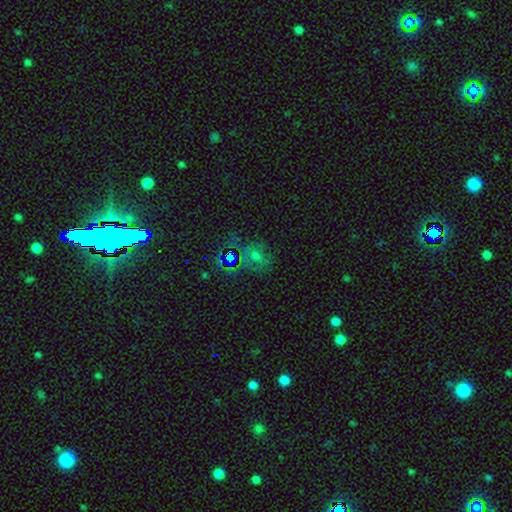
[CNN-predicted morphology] type=smooth (41%); merging=none (64%).